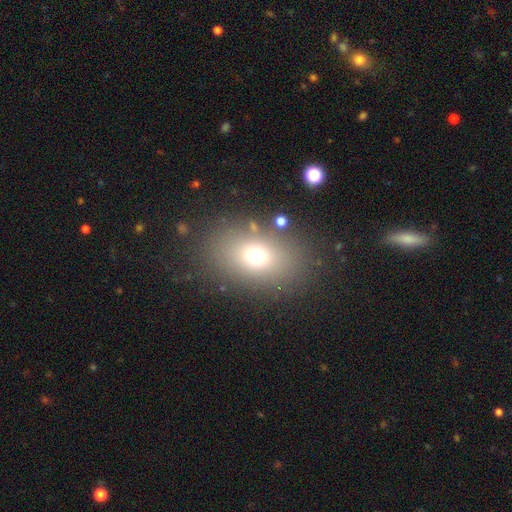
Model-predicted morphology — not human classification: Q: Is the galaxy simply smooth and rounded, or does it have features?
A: smooth — 69%.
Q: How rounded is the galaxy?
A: in between — 69%.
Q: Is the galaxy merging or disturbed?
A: none — 80%.